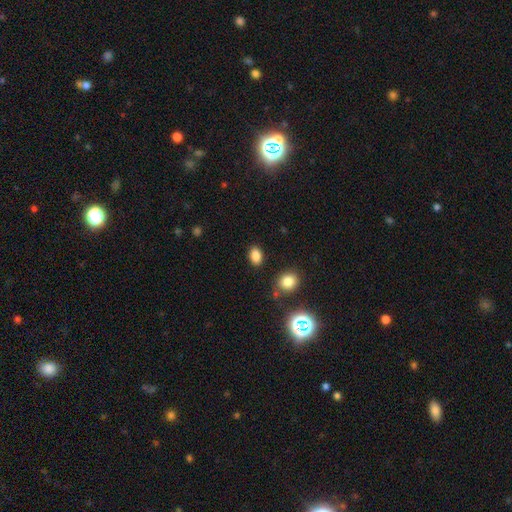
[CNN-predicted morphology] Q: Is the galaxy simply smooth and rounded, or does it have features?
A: smooth — 85%.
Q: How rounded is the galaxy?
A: in between — 82%.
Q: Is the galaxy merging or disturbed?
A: none — 86%.